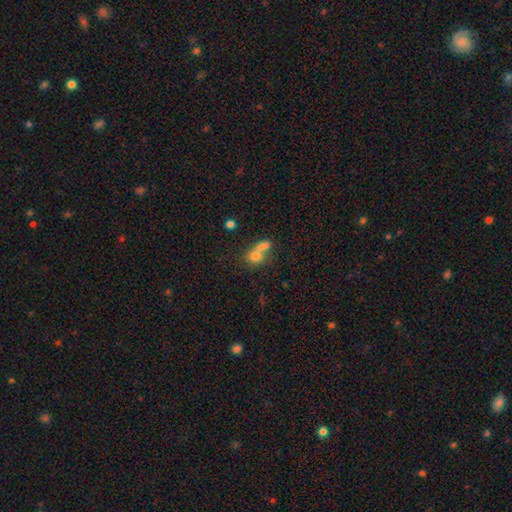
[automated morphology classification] A smooth galaxy with no disk features (70%) that is round (66%). Merging: merger (60%).